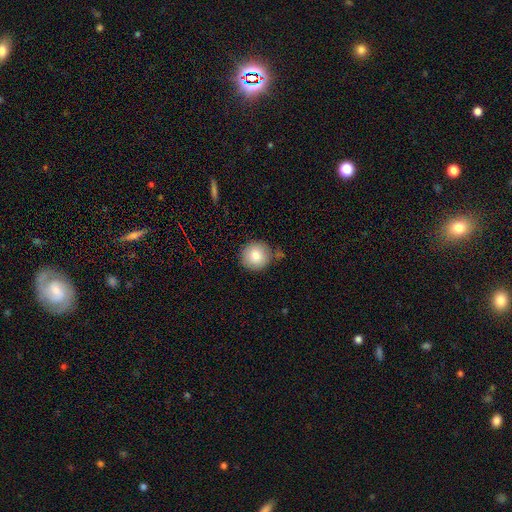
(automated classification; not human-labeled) Overall: smooth (83%). How rounded: round (94%). Merging: none (76%).